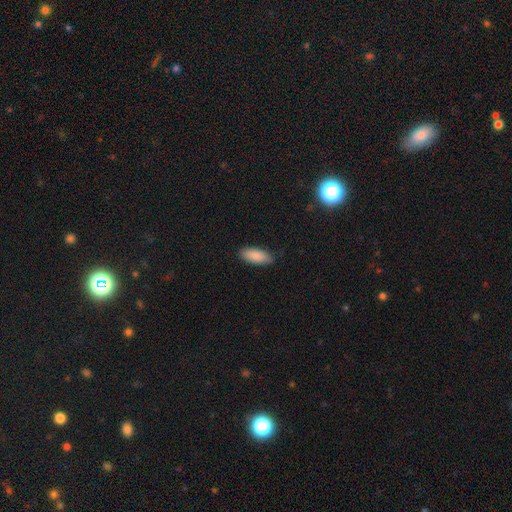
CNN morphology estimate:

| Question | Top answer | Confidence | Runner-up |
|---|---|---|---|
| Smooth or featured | smooth | 89% | star or artifact (6%) |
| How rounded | in between | 81% | cigar-shaped (17%) |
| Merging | none | 85% | minor disturbance (12%) |